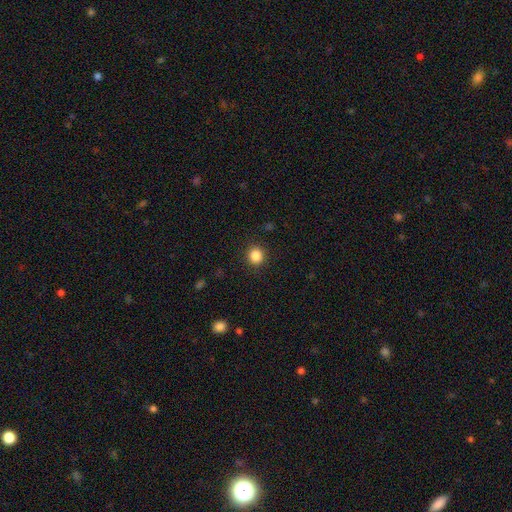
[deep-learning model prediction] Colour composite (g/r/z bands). It shows a smooth galaxy with no disk features (86%) that is round (88%). Merging: none (91%).